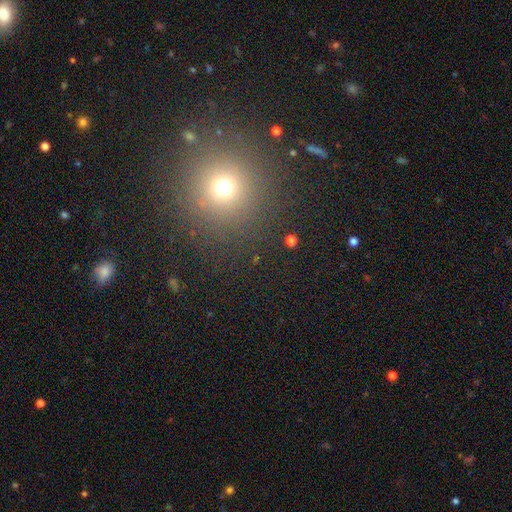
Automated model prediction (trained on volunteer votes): Smooth or featured? Predicted: smooth (p=0.58). How rounded? Predicted: round (p=0.95). Merging? Predicted: none (p=0.91).